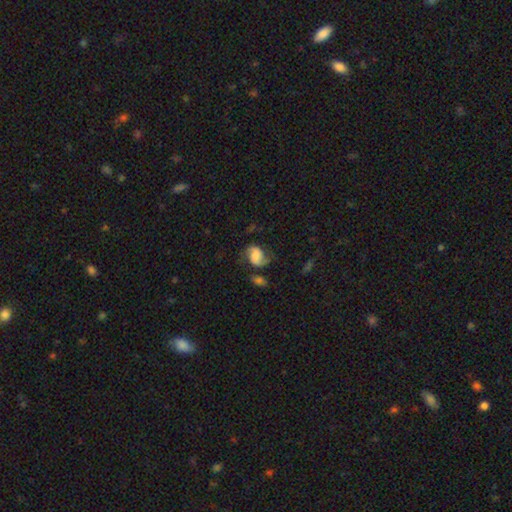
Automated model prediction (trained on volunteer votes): This appears to be a featured or disk galaxy (63%) with no bar (51%), 2 (85%) medium (45%) spiral arms (91%) and a large central bulge (27%). Merging: none (56%).